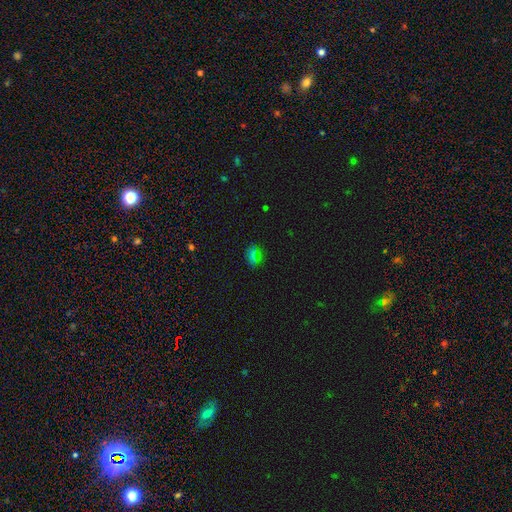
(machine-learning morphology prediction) The model was most divided on "how rounded": in between: 49%, round: 47%, cigar-shaped: 4%. More confident: merging — none (84%); smooth or featured — smooth (61%).